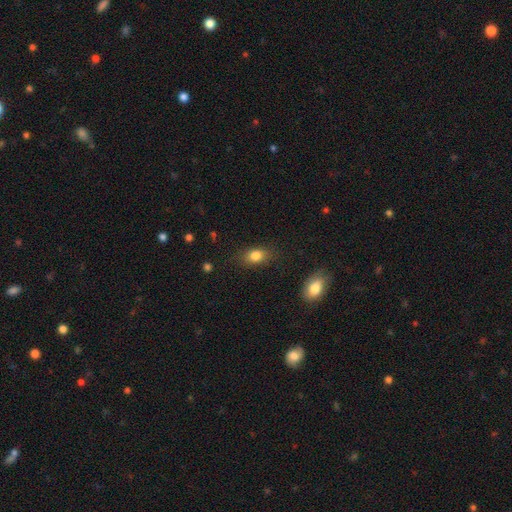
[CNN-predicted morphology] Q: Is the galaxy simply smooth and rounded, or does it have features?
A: smooth — 82%.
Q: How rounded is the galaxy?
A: in between — 76%.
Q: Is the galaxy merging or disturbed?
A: none — 81%.